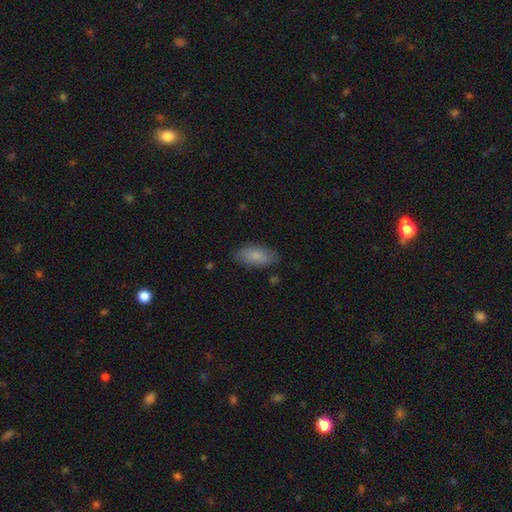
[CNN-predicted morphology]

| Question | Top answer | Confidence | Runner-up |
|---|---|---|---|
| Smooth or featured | smooth | 81% | featured or disk (13%) |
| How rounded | in between | 89% | cigar-shaped (9%) |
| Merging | none | 80% | minor disturbance (15%) |